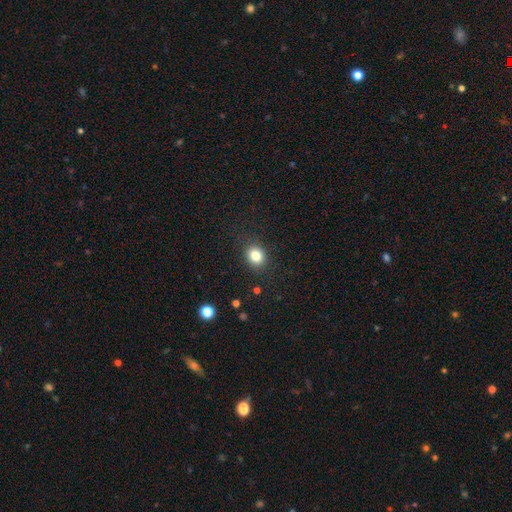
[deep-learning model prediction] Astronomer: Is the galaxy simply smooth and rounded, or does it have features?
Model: smooth — 82%.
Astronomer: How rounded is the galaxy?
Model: round — 62%.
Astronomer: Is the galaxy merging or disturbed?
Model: none — 87%.